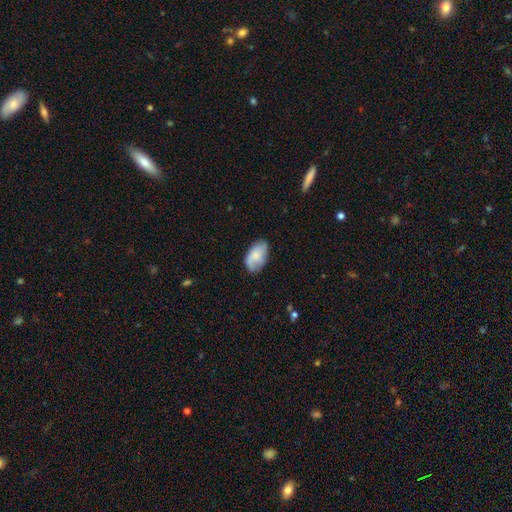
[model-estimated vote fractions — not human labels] Q: Smooth or featured?
A: smooth (70%); runner-up: featured or disk (23%)
Q: How rounded?
A: in between (93%); runner-up: round (5%)
Q: Merging?
A: none (68%); runner-up: minor disturbance (24%)